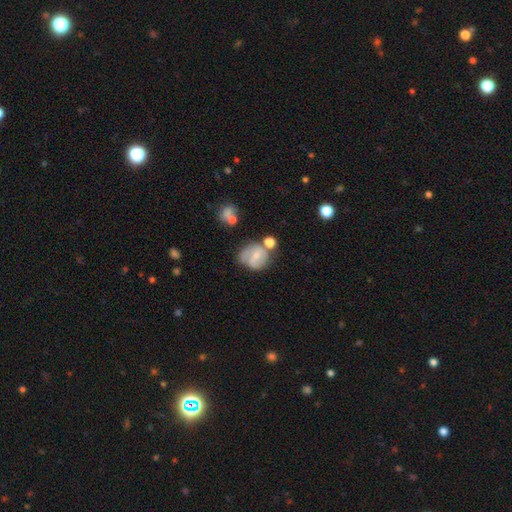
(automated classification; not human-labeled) Smooth or featured?
  - featured or disk: 48% *
  - smooth: 43%
  - star or artifact: 9%
Merging?
  - none: 43% *
  - minor disturbance: 27%
  - merger: 17%
  - major disturbance: 13%